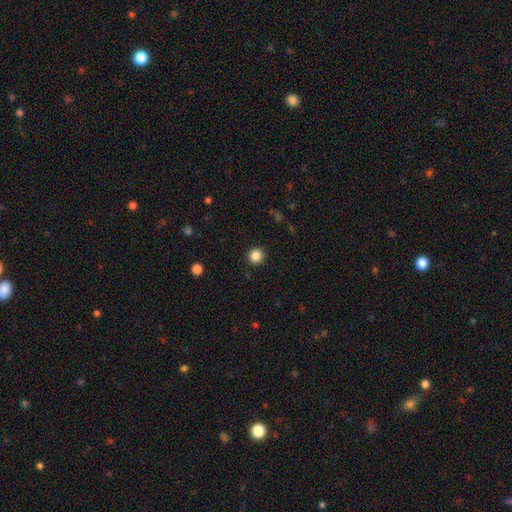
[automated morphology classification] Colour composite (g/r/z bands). It shows a smooth galaxy with no disk features (86%) that is round (89%). Merging: none (91%).